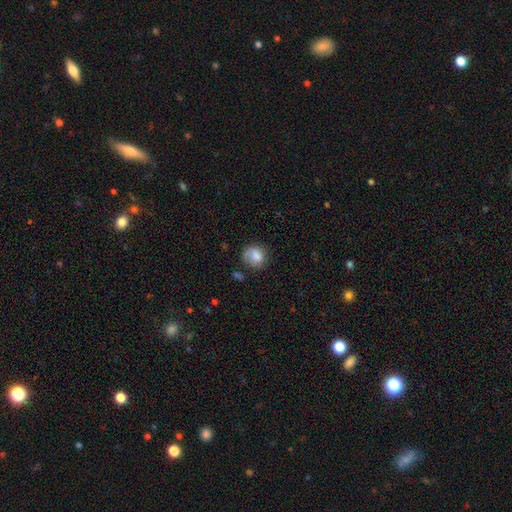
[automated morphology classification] The model was most divided on "merging": none: 59%, minor disturbance: 25%, major disturbance: 12%, merger: 4%. More confident: smooth or featured — smooth (79%); how rounded — round (76%).